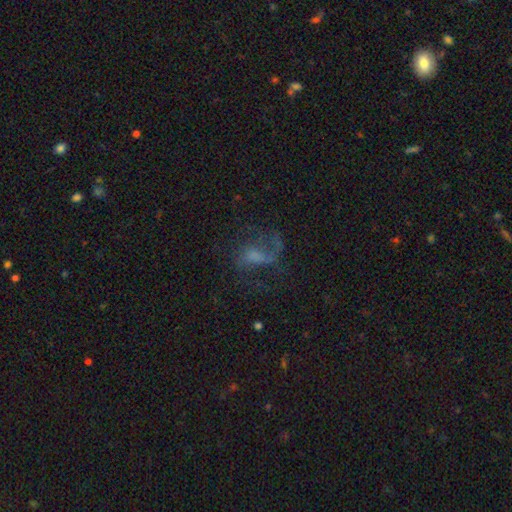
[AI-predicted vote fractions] Smooth or featured?
  - featured or disk: 58% *
  - smooth: 25%
  - star or artifact: 17%
Edge-on disk?
  - no: 96% *
  - yes: 4%
Bar?
  - no: 49% *
  - weak: 38%
  - strong: 13%
Spiral arms?
  - yes: 71% *
  - no: 29%
Bulge size?
  - none: 38% *
  - small: 27%
  - moderate: 25%
  - large: 8%
  - dominant: 2%
Merging?
  - none: 44% *
  - major disturbance: 37%
  - minor disturbance: 16%
  - merger: 3%